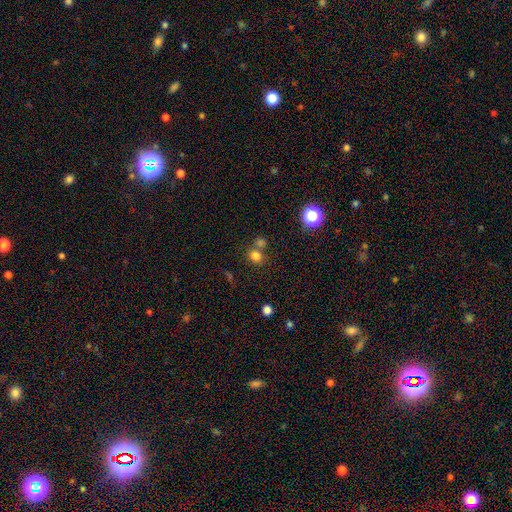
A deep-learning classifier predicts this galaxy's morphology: A smooth galaxy with no disk features (76%) that is round (72%). Merging: none (56%).